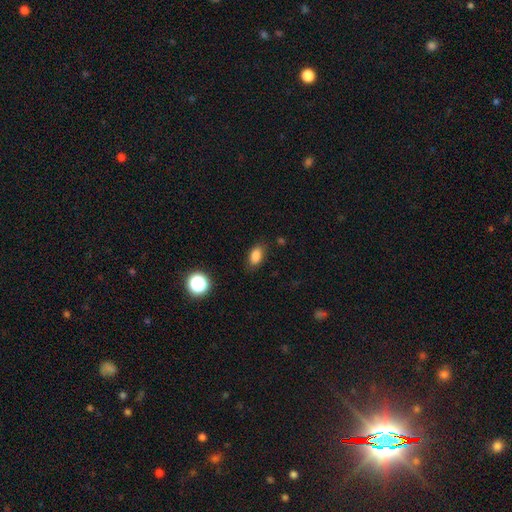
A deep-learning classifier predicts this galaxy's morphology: smooth-or-featured: smooth: 84% | star or artifact: 11% | featured or disk: 5%
  how-rounded: in between: 86% | round: 11% | cigar-shaped: 3%
  merging: none: 82% | minor disturbance: 14% | major disturbance: 3% | merger: 1%